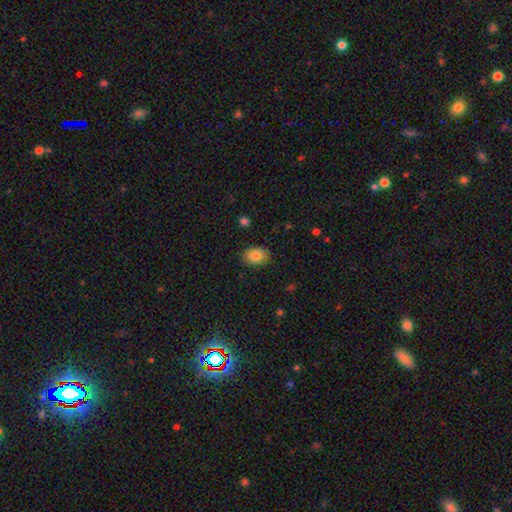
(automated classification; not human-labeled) smooth-or-featured: smooth: 84% | featured or disk: 9% | star or artifact: 8%
  how-rounded: in between: 73% | round: 26% | cigar-shaped: 1%
  merging: none: 85% | minor disturbance: 11% | major disturbance: 2% | merger: 1%